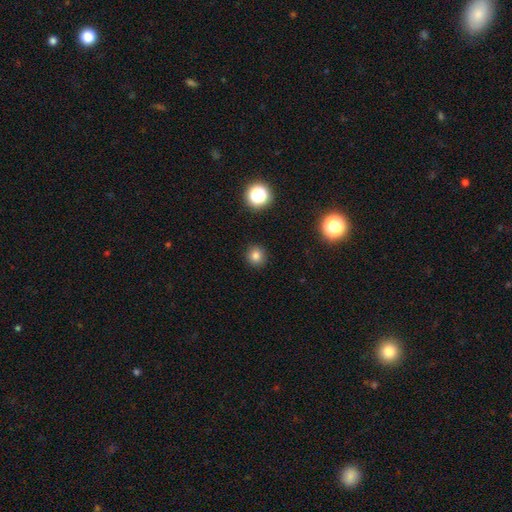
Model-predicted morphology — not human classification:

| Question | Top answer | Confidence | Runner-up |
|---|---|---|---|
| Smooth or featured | smooth | 80% | star or artifact (15%) |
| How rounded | round | 92% | in between (7%) |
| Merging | none | 91% | minor disturbance (5%) |